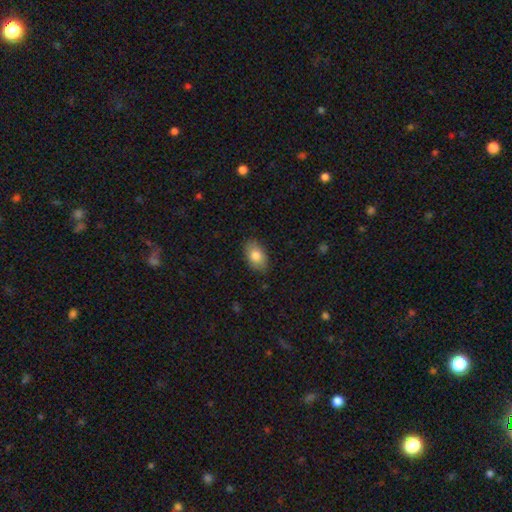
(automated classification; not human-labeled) Smooth or featured? smooth (80%)
How rounded? in between (88%)
Merging? none (84%)